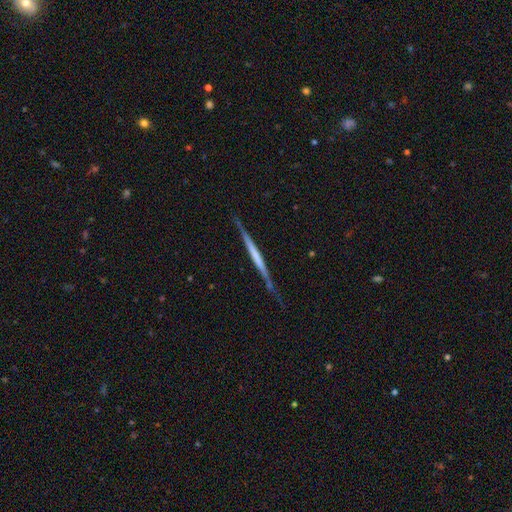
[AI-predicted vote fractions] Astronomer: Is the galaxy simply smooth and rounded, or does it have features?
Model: featured or disk — 66%.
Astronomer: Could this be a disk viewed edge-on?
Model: yes — 97%.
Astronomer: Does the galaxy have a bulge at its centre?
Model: none — 76%.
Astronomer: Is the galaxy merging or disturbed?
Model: none — 78%.